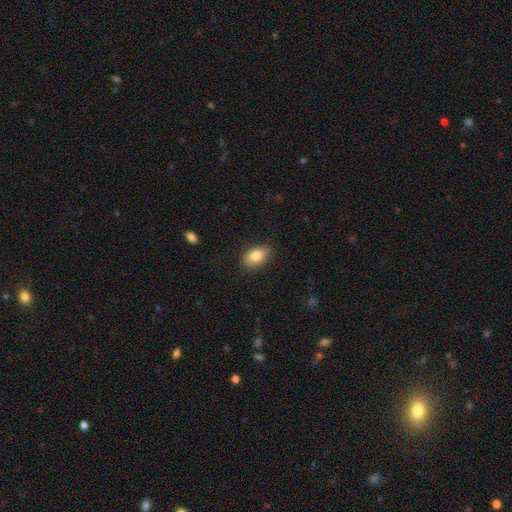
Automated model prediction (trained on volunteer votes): Q: Smooth or featured?
A: smooth (82%); runner-up: featured or disk (10%)
Q: How rounded?
A: in between (89%); runner-up: round (9%)
Q: Merging?
A: none (83%); runner-up: minor disturbance (13%)